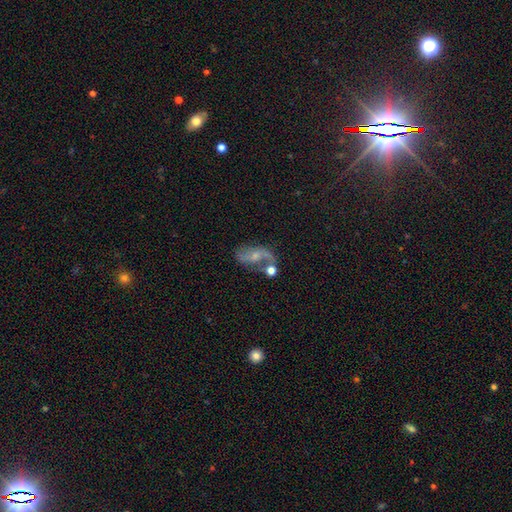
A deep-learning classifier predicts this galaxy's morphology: Smooth or featured: featured or disk — 72% (smooth — 18%)
Edge-on disk: no — 95% (yes — 5%)
Bar: no — 49% (weak — 37%)
Spiral arms: yes — 88% (no — 12%)
Spiral winding: loose — 65% (medium — 27%)
Spiral arm count: 2 — 84% (1 — 7%)
Bulge size: small — 55% (moderate — 36%)
Merging: none — 47% (merger — 20%)